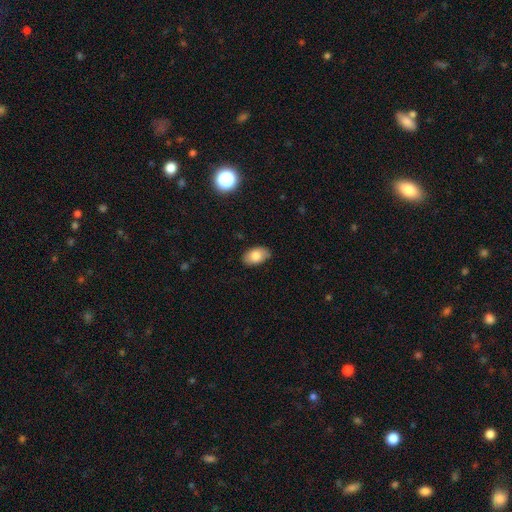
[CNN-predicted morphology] smooth 80%, featured or disk 12%, star or artifact 8%. Down the decision tree: how rounded — in between (92%); merging — none (84%).